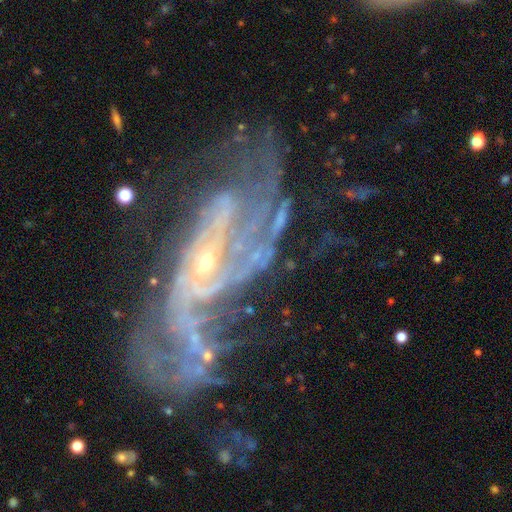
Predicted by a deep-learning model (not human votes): Overall: featured or disk (85%). Edge-on disk: no (94%). Bar: no (58%; weak 28%). Spiral arms: yes (88%). Spiral arm count: can't tell (28%; 2 24%). Spiral winding: medium (37%, tied with loose). Bulge size: small (78%). Merging: major disturbance (42%; none 30%).